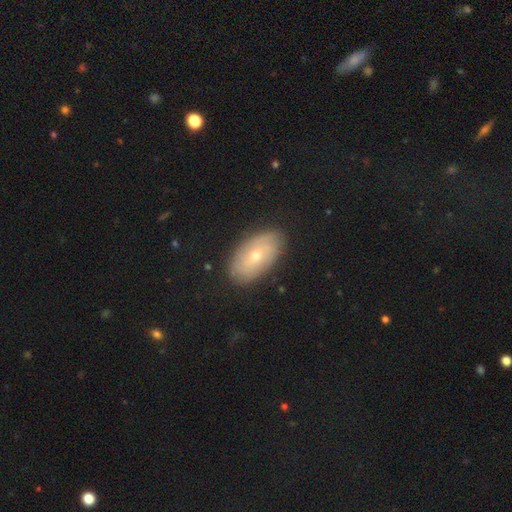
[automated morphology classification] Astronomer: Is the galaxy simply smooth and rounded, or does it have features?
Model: smooth — 47% (runner-up: featured or disk, 46%).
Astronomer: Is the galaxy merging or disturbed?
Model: none — 85%.